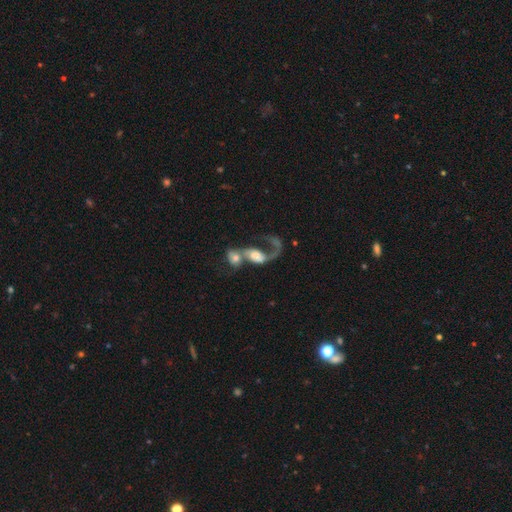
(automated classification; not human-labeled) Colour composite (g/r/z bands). It shows a featured or disk galaxy (60%) with no bar (64%), spiral arms (75%) and a moderate central bulge (29%). Merging: merger (71%).